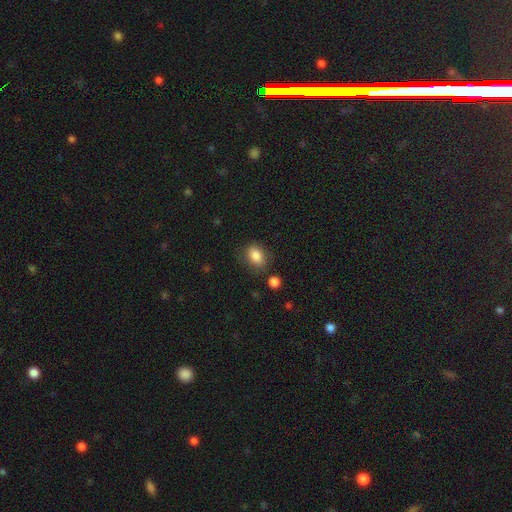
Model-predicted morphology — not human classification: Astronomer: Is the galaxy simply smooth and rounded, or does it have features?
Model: smooth — 85%.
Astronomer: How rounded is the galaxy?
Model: in between — 77%.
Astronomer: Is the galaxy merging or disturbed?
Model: none — 77%.